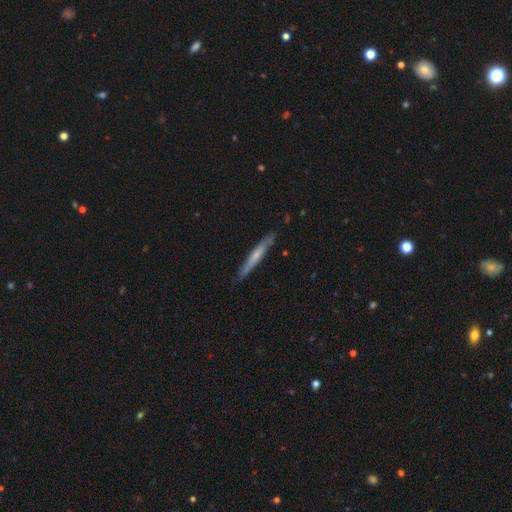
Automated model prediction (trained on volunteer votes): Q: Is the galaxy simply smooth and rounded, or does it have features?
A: featured or disk — 48%.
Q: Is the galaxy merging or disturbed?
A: none — 84%.